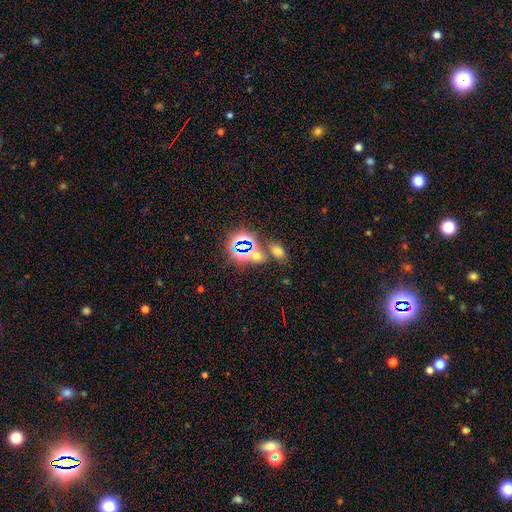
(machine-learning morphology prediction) Smooth or featured? smooth (46%)
Merging? none (64%)